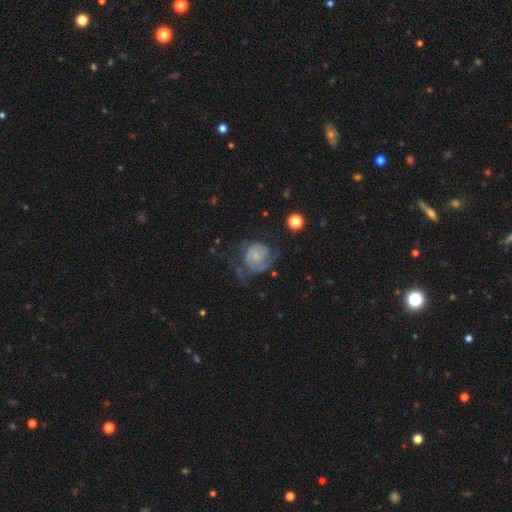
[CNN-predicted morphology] A featured or disk galaxy (62%) with no bar (70%), spiral arms (81%) and a small central bulge (53%). Merging: none (37%).